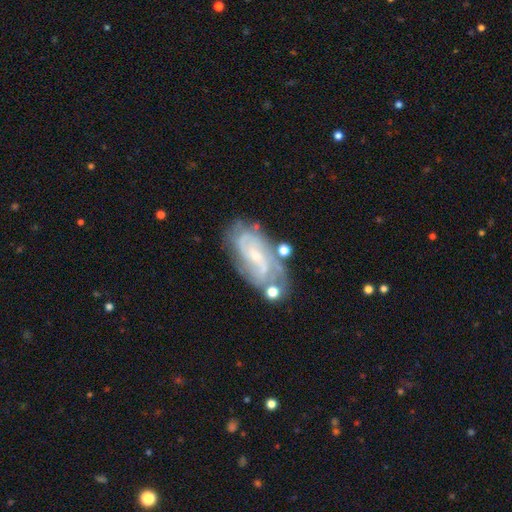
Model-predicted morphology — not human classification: A featured or disk galaxy (81%) with no bar (49%), 2 (37%) tight (51%) spiral arms (92%) and a small central bulge (74%). Merging: none (63%).